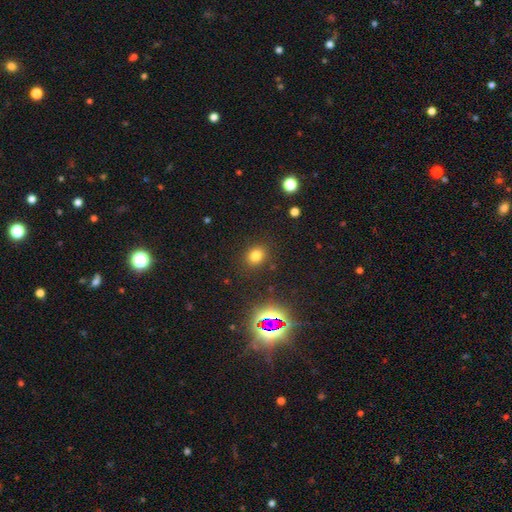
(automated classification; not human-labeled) smooth 74%, star or artifact 19%, featured or disk 7%. Down the decision tree: how rounded — round (63%); merging — none (87%).